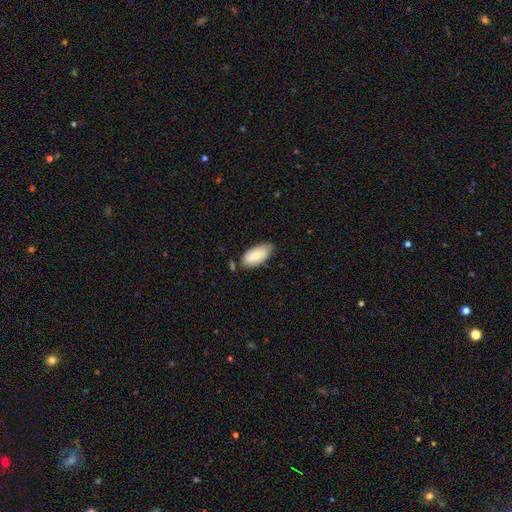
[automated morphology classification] The model was most divided on "merging": none: 63%, minor disturbance: 28%, major disturbance: 4%, merger: 4%. More confident: how rounded — in between (93%); smooth or featured — smooth (75%).